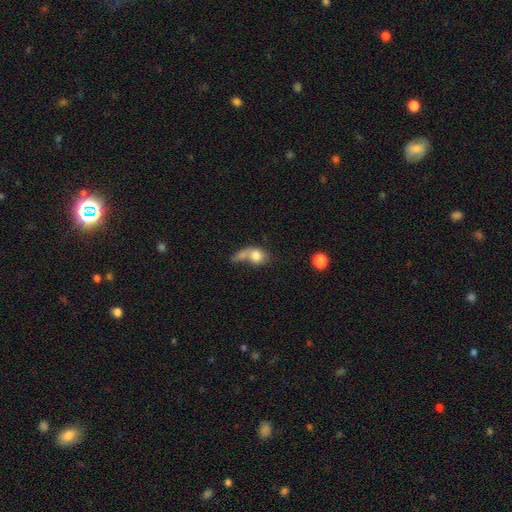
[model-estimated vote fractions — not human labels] Morphology: type=smooth (75%); roundness=round (52%); merging=merger (47%).